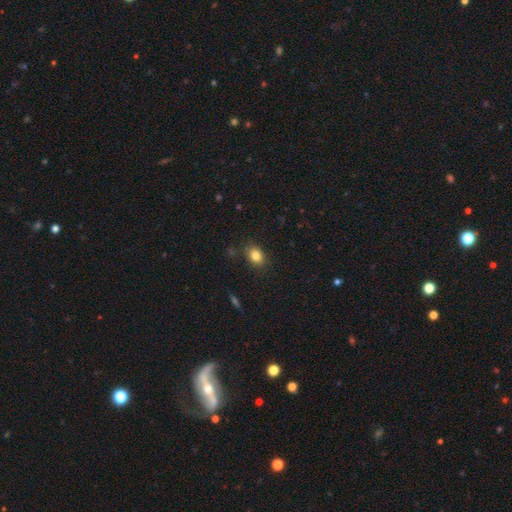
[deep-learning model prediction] smooth 83%, star or artifact 10%, featured or disk 7%. Down the decision tree: how rounded — in between (71%); merging — none (83%).